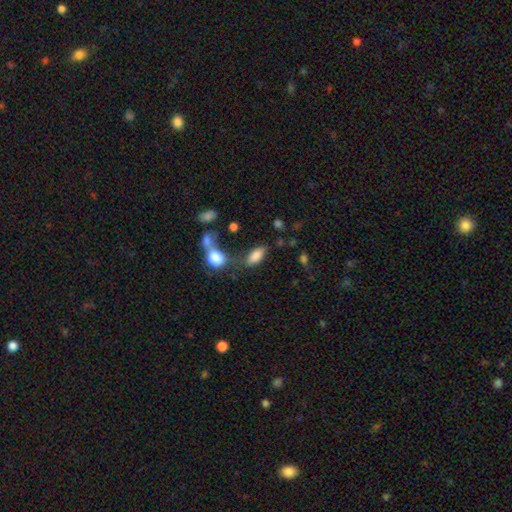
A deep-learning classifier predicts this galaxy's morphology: This appears to be a smooth galaxy with no disk features (83%) that is in between round and cigar-shaped (85%). Merging: none (53%).